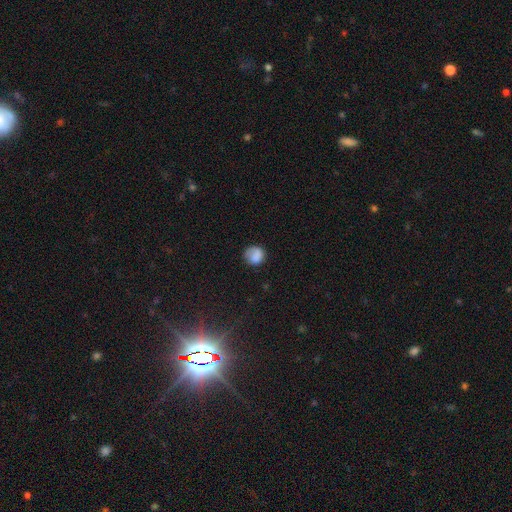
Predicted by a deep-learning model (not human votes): Smooth or featured?
  - smooth: 80% *
  - featured or disk: 12%
  - star or artifact: 8%
How rounded?
  - round: 83% *
  - in between: 16%
  - cigar-shaped: 1%
Merging?
  - none: 67% *
  - minor disturbance: 21%
  - major disturbance: 10%
  - merger: 2%